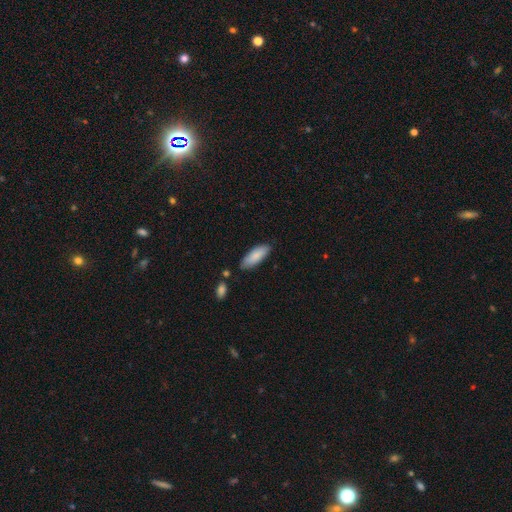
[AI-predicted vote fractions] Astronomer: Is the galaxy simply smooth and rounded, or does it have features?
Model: smooth — 86%.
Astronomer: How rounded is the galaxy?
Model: in between — 64%.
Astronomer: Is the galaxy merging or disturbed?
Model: none — 80%.